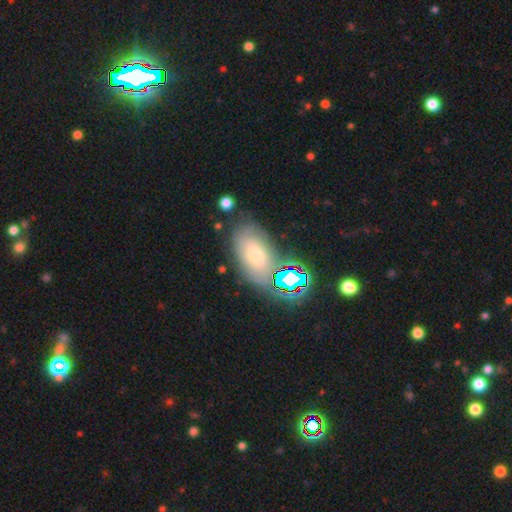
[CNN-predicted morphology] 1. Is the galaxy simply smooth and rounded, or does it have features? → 54% smooth, 25% featured or disk, 21% star or artifact.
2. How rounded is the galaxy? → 89% in between, 8% round, 3% cigar-shaped.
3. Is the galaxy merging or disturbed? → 69% none, 18% minor disturbance, 7% major disturbance, 6% merger.